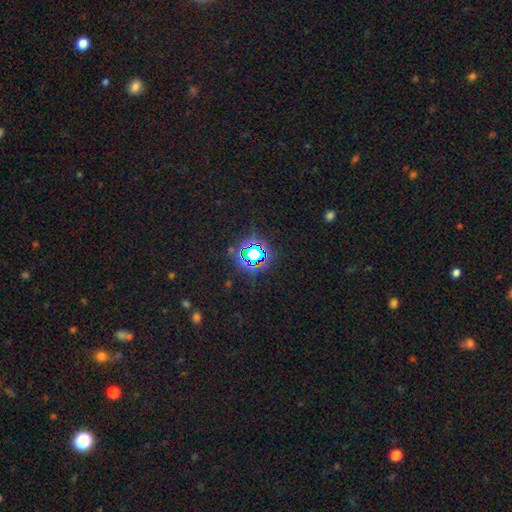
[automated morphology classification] Smooth or featured?
  - star or artifact: 75% *
  - smooth: 16%
  - featured or disk: 9%